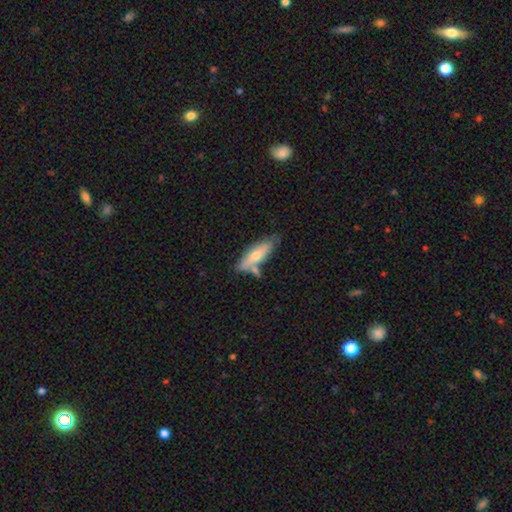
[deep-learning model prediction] Morphology: type=smooth (60%); roundness=cigar-shaped (51%); merging=none (55%).